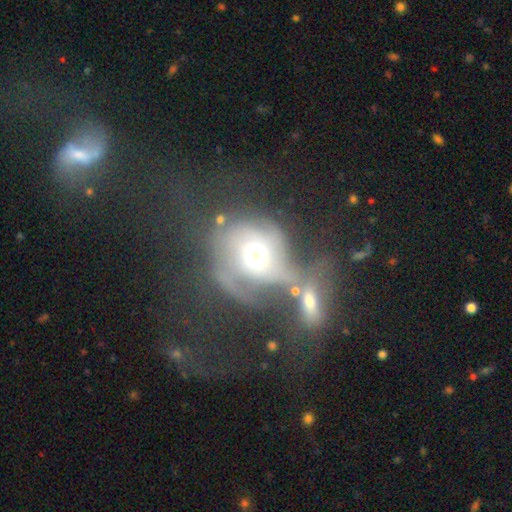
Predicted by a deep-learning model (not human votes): Smooth or featured?
  - featured or disk: 65% *
  - smooth: 26%
  - star or artifact: 10%
Edge-on disk?
  - no: 95% *
  - yes: 5%
Bar?
  - no: 74% *
  - weak: 20%
  - strong: 6%
Spiral arms?
  - yes: 68% *
  - no: 32%
Bulge size?
  - moderate: 69% *
  - large: 16%
  - small: 12%
  - dominant: 2%
  - none: 1%
Merging?
  - merger: 45% *
  - major disturbance: 28%
  - none: 18%
  - minor disturbance: 10%